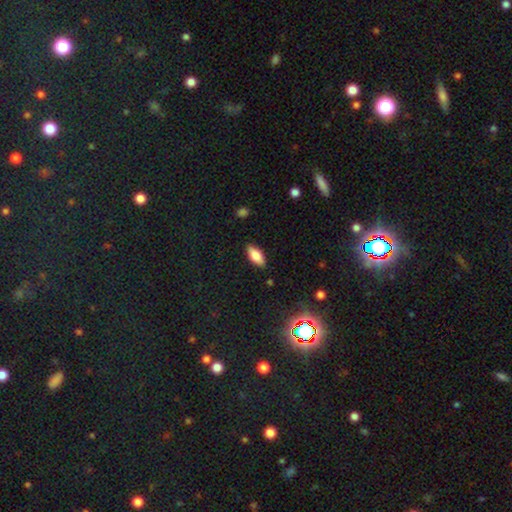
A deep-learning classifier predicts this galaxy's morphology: Q: Smooth or featured?
A: smooth (78%); runner-up: featured or disk (14%)
Q: How rounded?
A: in between (84%); runner-up: cigar-shaped (13%)
Q: Merging?
A: none (86%); runner-up: minor disturbance (10%)